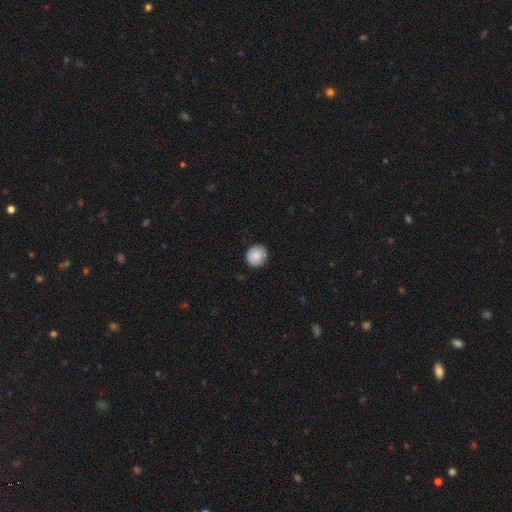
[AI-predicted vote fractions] Q: Smooth or featured?
A: smooth (87%); runner-up: star or artifact (8%)
Q: How rounded?
A: round (90%); runner-up: in between (9%)
Q: Merging?
A: none (88%); runner-up: minor disturbance (9%)